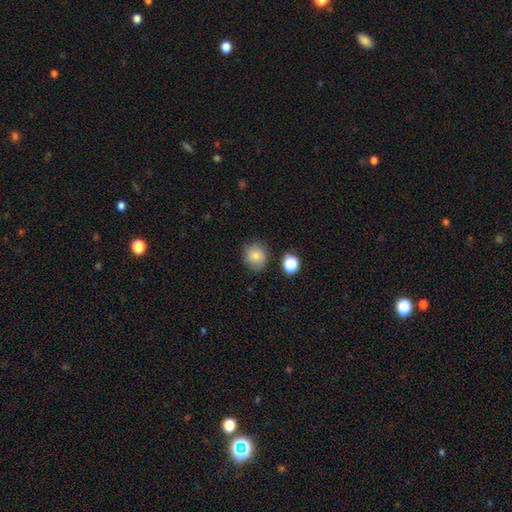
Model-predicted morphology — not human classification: smooth-or-featured: smooth: 79% | star or artifact: 11% | featured or disk: 10%
  how-rounded: round: 85% | in between: 14% | cigar-shaped: 1%
  merging: none: 80% | minor disturbance: 13% | merger: 4% | major disturbance: 3%